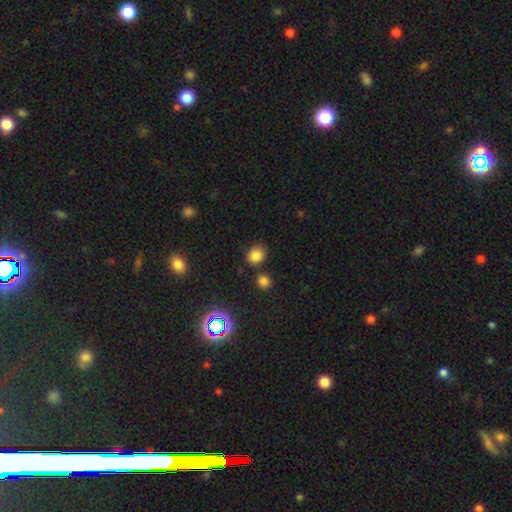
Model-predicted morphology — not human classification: A smooth galaxy with no disk features (80%) that is round (58%). Merging: none (74%).